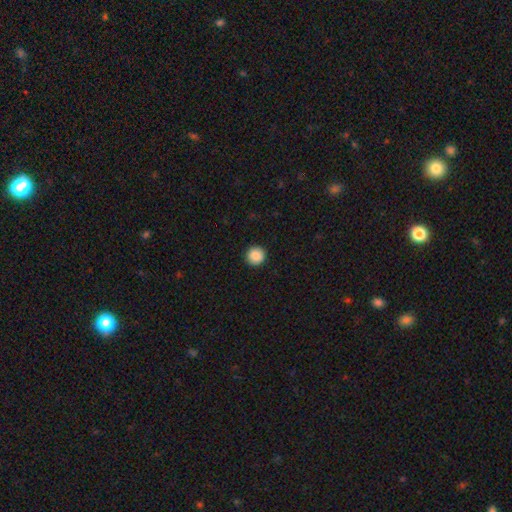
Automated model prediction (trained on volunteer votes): Smooth or featured: smooth — 89% (star or artifact — 8%)
How rounded: round — 95% (in between — 4%)
Merging: none — 93% (minor disturbance — 4%)